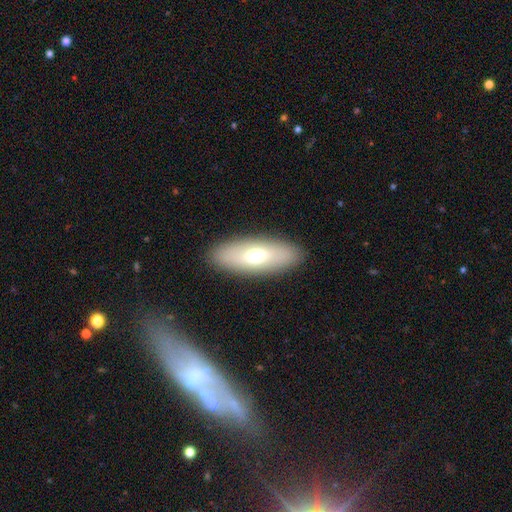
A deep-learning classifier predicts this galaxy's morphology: smooth-or-featured: smooth: 60% | featured or disk: 33% | star or artifact: 7%
  how-rounded: in between: 65% | cigar-shaped: 32% | round: 3%
  merging: none: 87% | minor disturbance: 8% | merger: 2% | major disturbance: 2%